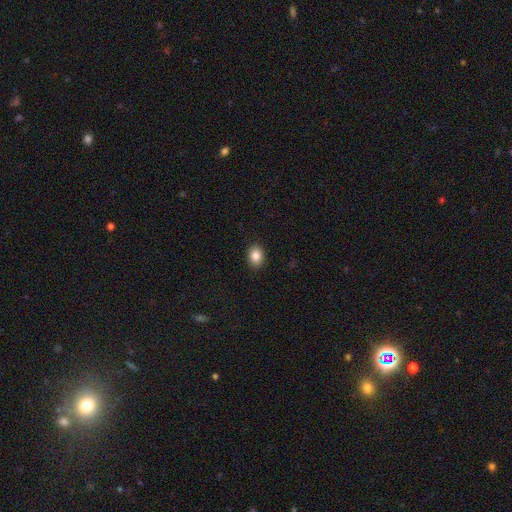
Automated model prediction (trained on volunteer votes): Smooth or featured? Predicted: smooth (p=0.86). How rounded? Predicted: in between (p=0.68). Merging? Predicted: none (p=0.90).